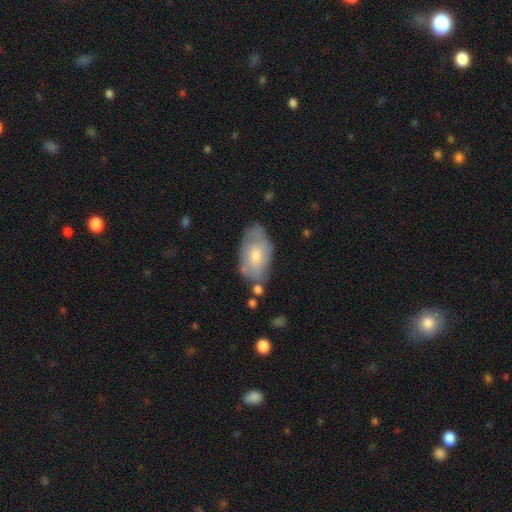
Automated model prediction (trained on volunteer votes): smooth-or-featured: smooth: 57% | featured or disk: 36% | star or artifact: 7%
  how-rounded: in between: 92% | round: 6% | cigar-shaped: 2%
  merging: none: 62% | minor disturbance: 26% | major disturbance: 6% | merger: 5%